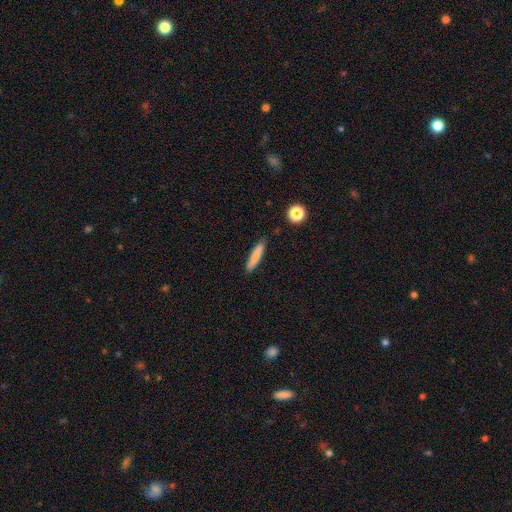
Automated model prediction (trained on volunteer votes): Smooth or featured? Predicted: smooth (p=0.81). How rounded? Predicted: cigar-shaped (p=0.89). Merging? Predicted: none (p=0.84).